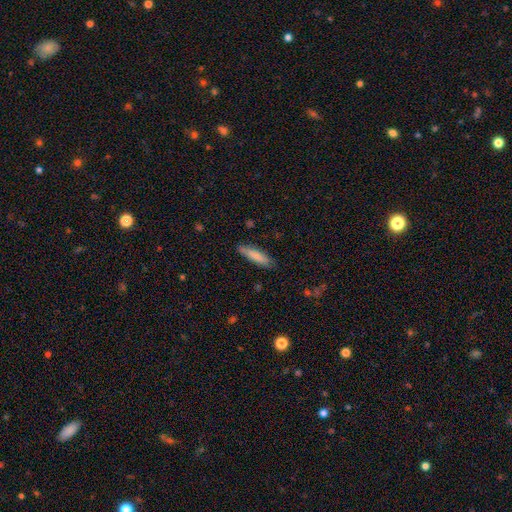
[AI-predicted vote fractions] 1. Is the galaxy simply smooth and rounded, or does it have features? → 82% smooth, 12% featured or disk, 6% star or artifact.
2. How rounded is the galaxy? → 76% cigar-shaped, 23% in between, 1% round.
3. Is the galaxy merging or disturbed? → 84% none, 12% minor disturbance, 2% major disturbance, 1% merger.